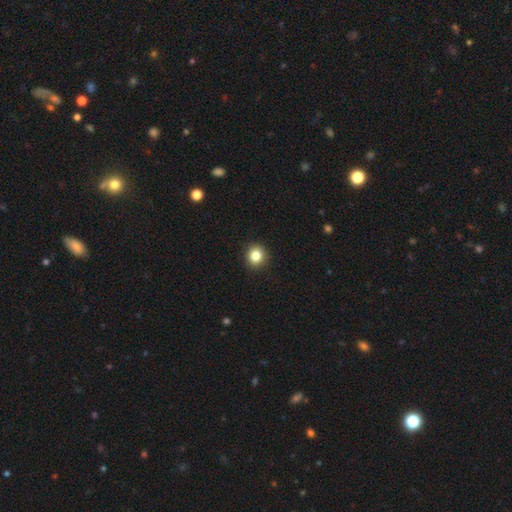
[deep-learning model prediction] smooth_or_featured: smooth (p=0.84) [alt: star or artifact p=0.11]
how_rounded: round (p=0.88) [alt: in between p=0.11]
merging: none (p=0.92) [alt: minor disturbance p=0.06]